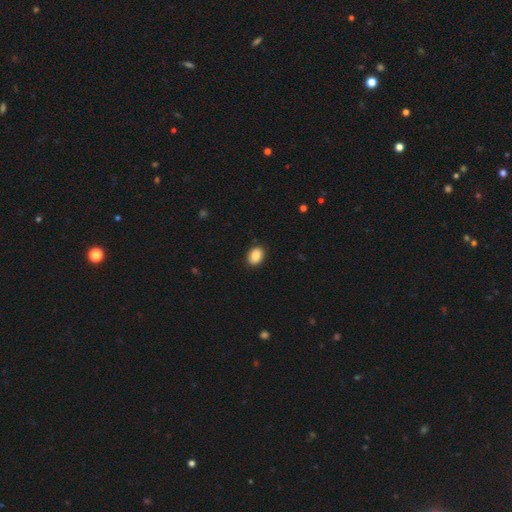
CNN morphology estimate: type=smooth (88%); roundness=in between (75%); merging=none (89%).